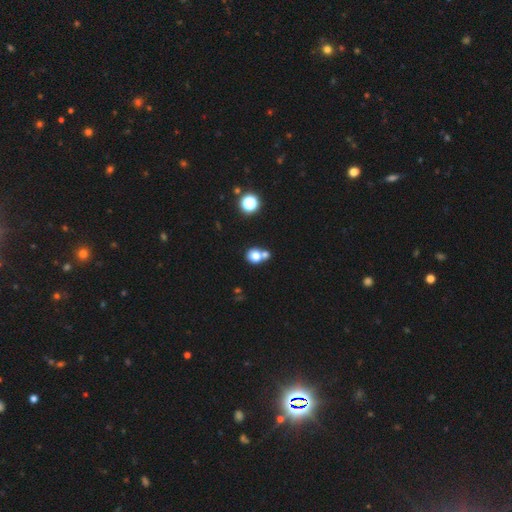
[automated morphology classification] smooth 77%, star or artifact 14%, featured or disk 9%. Down the decision tree: how rounded — round (82%); merging — none (48%).